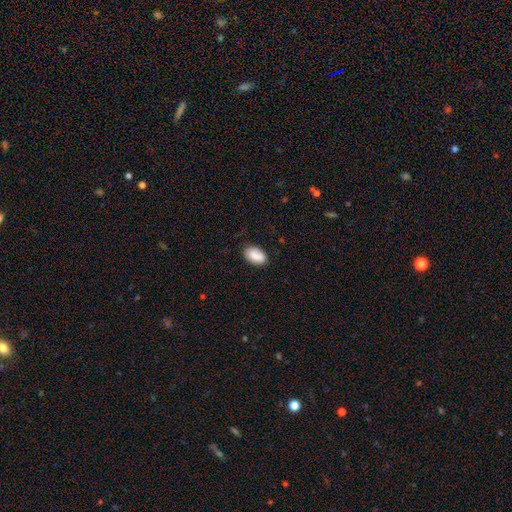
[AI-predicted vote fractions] Smooth or featured?
  - smooth: 86% *
  - featured or disk: 7%
  - star or artifact: 7%
How rounded?
  - in between: 91% *
  - round: 7%
  - cigar-shaped: 2%
Merging?
  - none: 78% *
  - minor disturbance: 17%
  - major disturbance: 3%
  - merger: 2%